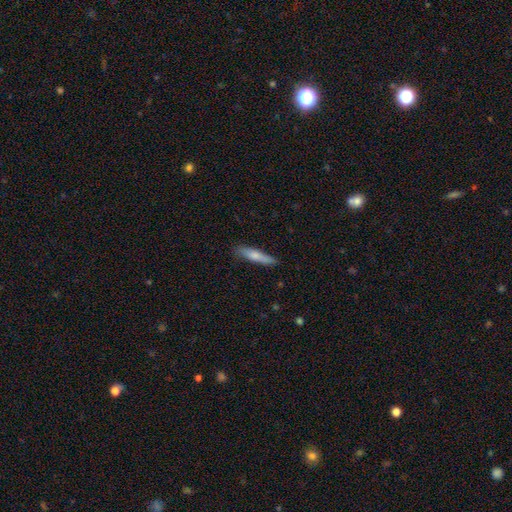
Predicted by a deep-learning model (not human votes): Smooth or featured: smooth — 69% (featured or disk — 25%)
How rounded: cigar-shaped — 85% (in between — 13%)
Merging: none — 80% (minor disturbance — 16%)